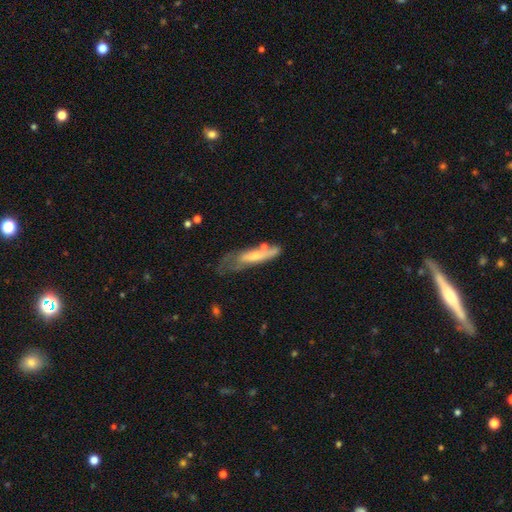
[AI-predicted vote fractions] smooth 51%, featured or disk 43%, star or artifact 6%. Down the decision tree: how rounded — cigar-shaped (70%); merging — none (30%).